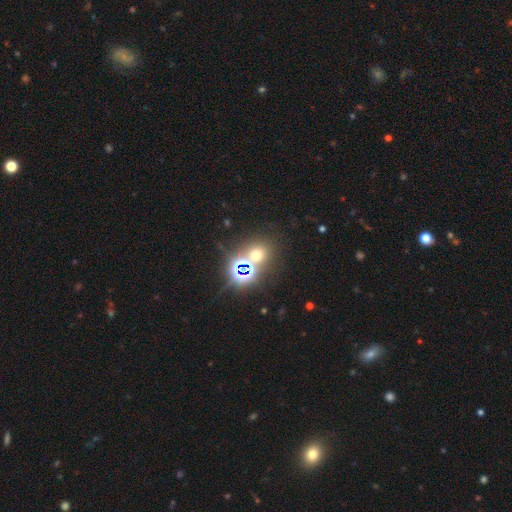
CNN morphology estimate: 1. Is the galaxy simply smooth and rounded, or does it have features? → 50% star or artifact, 42% smooth, 9% featured or disk.